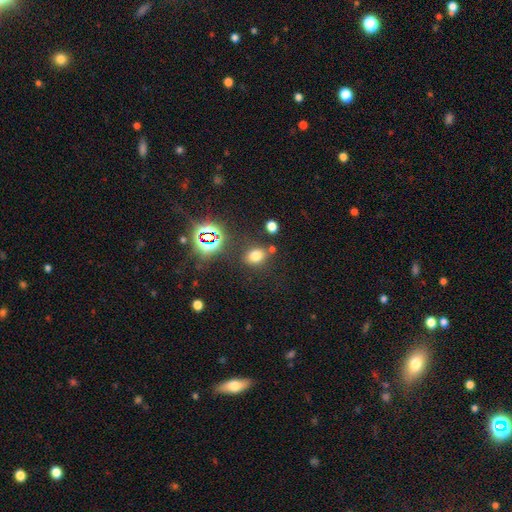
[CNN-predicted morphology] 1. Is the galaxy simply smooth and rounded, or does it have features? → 68% smooth, 24% star or artifact, 8% featured or disk.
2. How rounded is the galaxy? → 51% in between, 48% round, 1% cigar-shaped.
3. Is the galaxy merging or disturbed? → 75% none, 12% minor disturbance, 8% merger, 5% major disturbance.